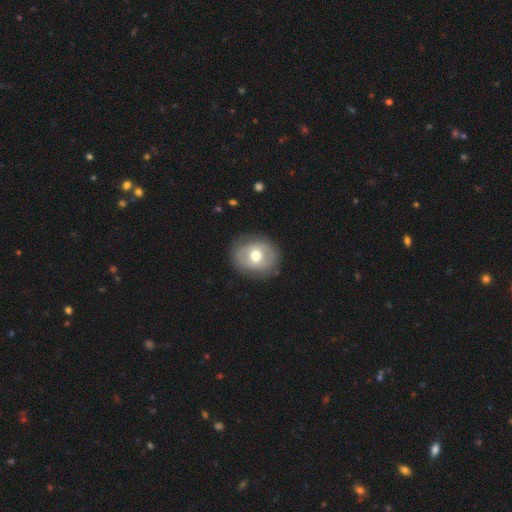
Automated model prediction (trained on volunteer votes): A smooth galaxy with no disk features (48%).

Vote fractions:
- Smooth or featured? smooth: 48% / featured or disk: 46% / star or artifact: 6%
- Merging? none: 82% / minor disturbance: 12% / major disturbance: 4% / merger: 1%